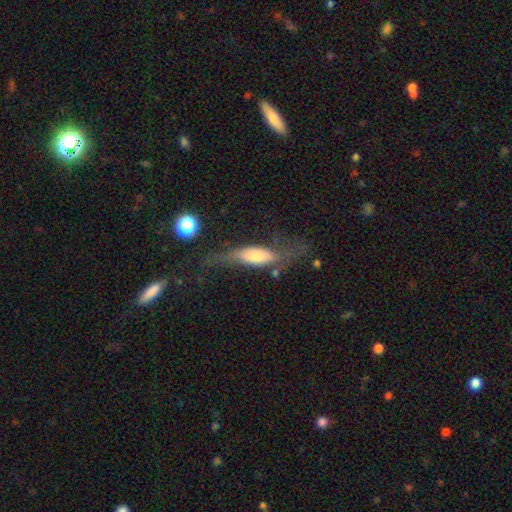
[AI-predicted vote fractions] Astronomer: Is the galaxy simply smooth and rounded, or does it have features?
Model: featured or disk — 52% (runner-up: smooth, 39%).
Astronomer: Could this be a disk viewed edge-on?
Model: yes — 53% (runner-up: no, 47%).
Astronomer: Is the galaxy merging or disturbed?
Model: none — 42% (runner-up: major disturbance, 28%).